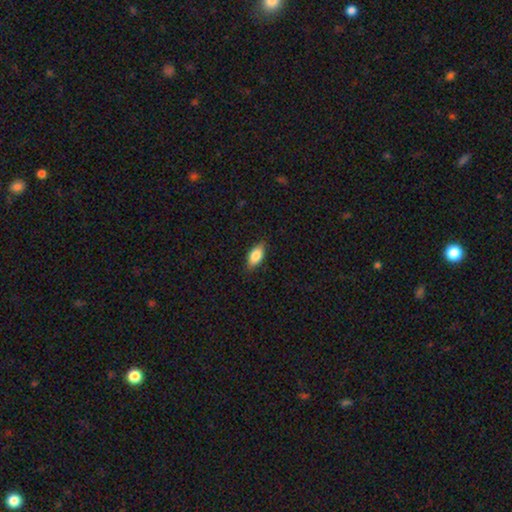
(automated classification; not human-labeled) This is clearly a smooth galaxy (82%). How rounded: clearly in between (88%). Merging: clearly none (83%).